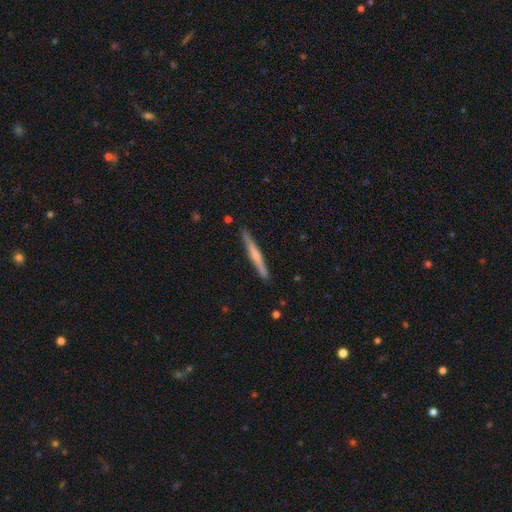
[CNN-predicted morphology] Overall: featured or disk (55%; smooth 39%). Edge-on disk: yes (98%). Edge-on bulge: rounded (53%; none 36%). Merging: none (90%).